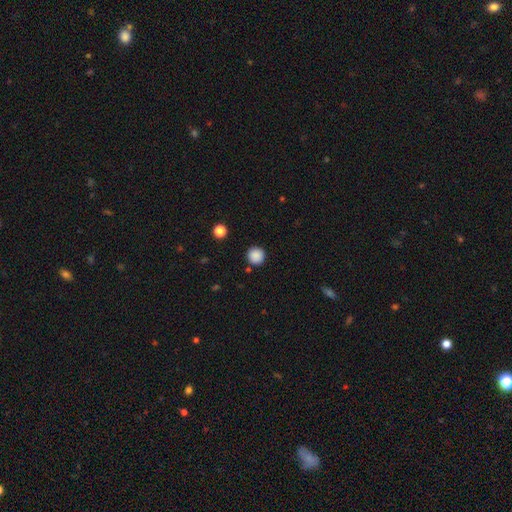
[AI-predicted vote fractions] smooth-or-featured: smooth: 87% | star or artifact: 10% | featured or disk: 3%
  how-rounded: round: 95% | in between: 4% | cigar-shaped: 1%
  merging: none: 89% | minor disturbance: 6% | major disturbance: 2% | merger: 2%